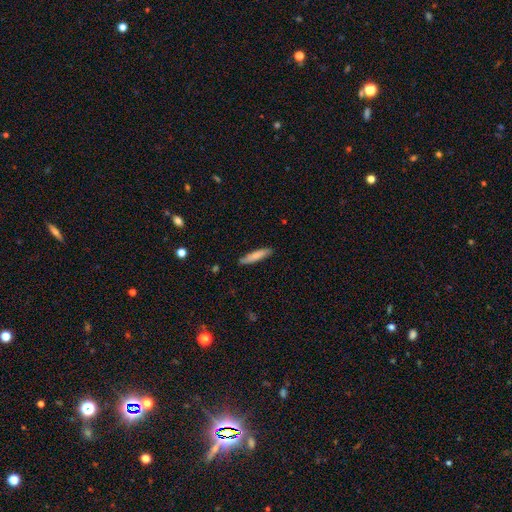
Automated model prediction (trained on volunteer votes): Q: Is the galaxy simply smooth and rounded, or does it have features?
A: smooth — 75%.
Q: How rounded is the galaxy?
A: cigar-shaped — 85%.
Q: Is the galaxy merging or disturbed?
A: none — 84%.